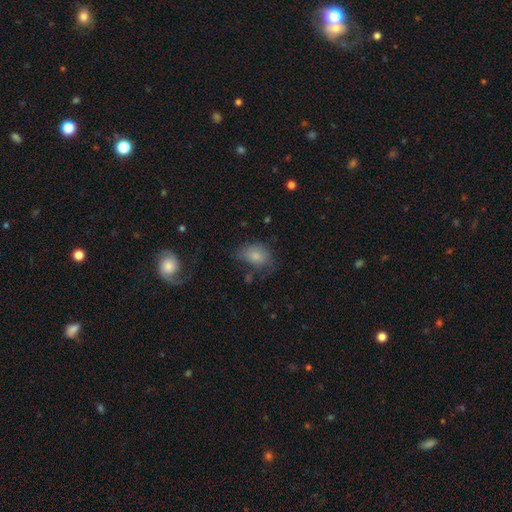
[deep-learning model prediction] smooth_or_featured: smooth (p=0.78) [alt: featured or disk p=0.12]
how_rounded: in between (p=0.80) [alt: round p=0.18]
merging: none (p=0.46) [alt: minor disturbance p=0.32]